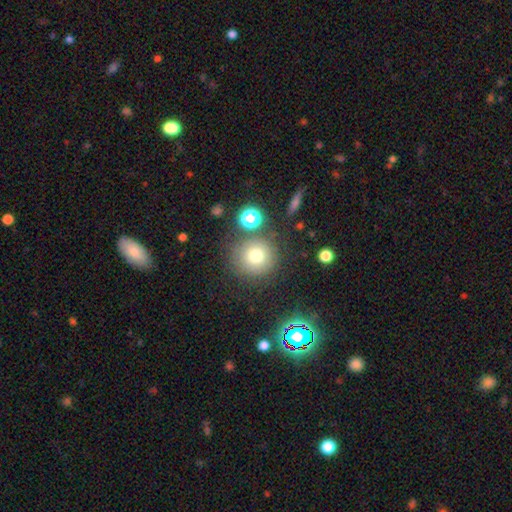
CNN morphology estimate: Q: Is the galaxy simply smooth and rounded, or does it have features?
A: smooth — 75%.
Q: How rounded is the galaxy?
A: round — 92%.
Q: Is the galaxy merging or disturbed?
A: none — 77%.